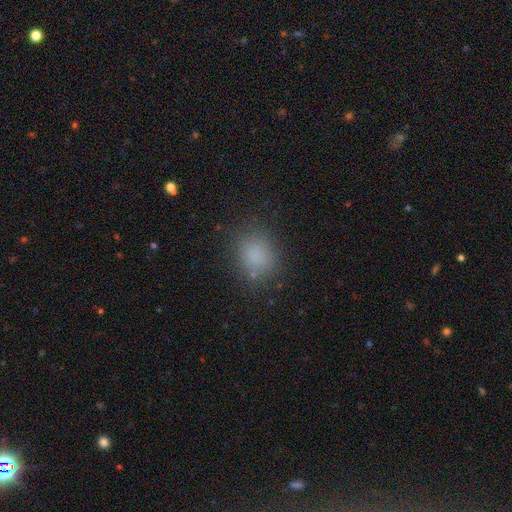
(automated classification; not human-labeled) smooth_or_featured: smooth (p=0.81) [alt: star or artifact p=0.13]
how_rounded: round (p=0.60) [alt: in between p=0.39]
merging: none (p=0.81) [alt: minor disturbance p=0.12]